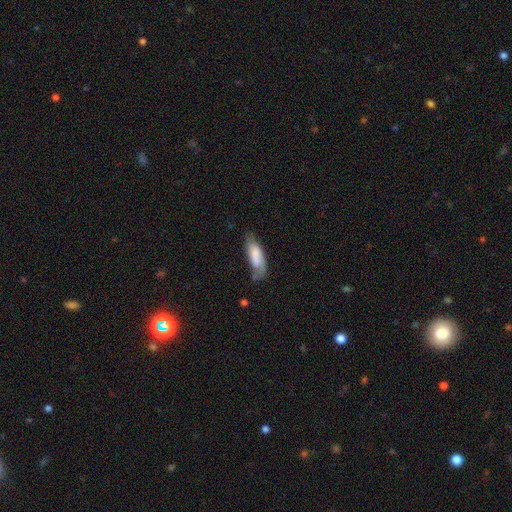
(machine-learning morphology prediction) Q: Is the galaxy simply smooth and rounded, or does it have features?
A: smooth — 70%.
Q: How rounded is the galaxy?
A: in between — 70%.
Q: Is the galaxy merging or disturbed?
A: none — 48%.